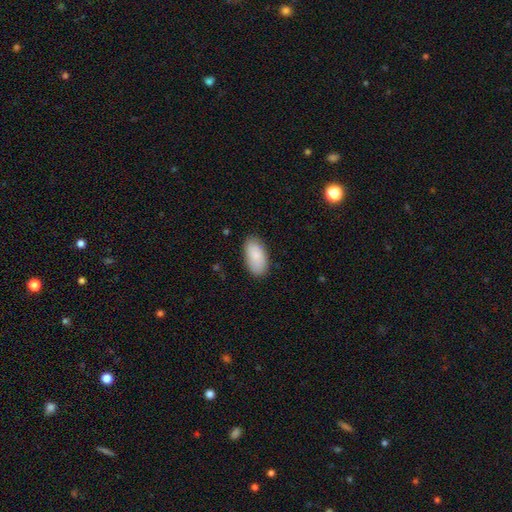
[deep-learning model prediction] smooth_or_featured: smooth (p=0.86) [alt: featured or disk p=0.08]
how_rounded: in between (p=0.95) [alt: cigar-shaped p=0.03]
merging: none (p=0.84) [alt: minor disturbance p=0.13]